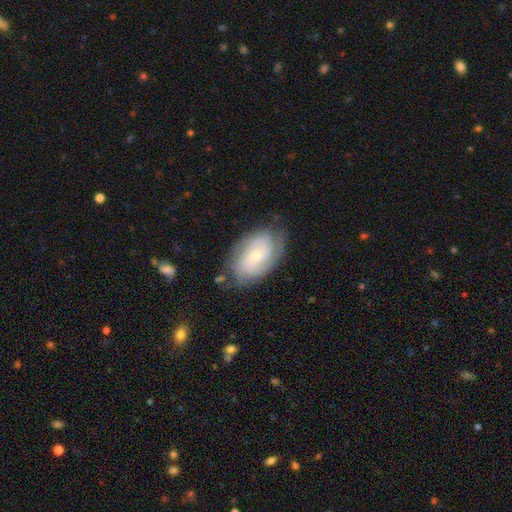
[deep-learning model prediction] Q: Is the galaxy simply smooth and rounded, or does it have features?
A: featured or disk — 64%.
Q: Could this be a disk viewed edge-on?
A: no — 95%.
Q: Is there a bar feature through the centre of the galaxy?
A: no — 68%.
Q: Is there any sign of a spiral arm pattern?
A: yes — 86%.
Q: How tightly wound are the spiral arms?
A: tight — 57%.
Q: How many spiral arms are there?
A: can't tell — 44%.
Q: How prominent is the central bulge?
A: small — 64%.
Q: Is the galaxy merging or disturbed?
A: none — 72%.